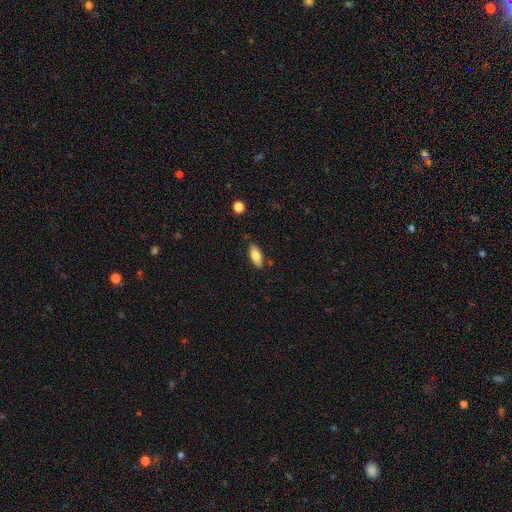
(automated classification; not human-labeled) Smooth or featured? Predicted: smooth (p=0.78). How rounded? Predicted: in between (p=0.81). Merging? Predicted: none (p=0.82).